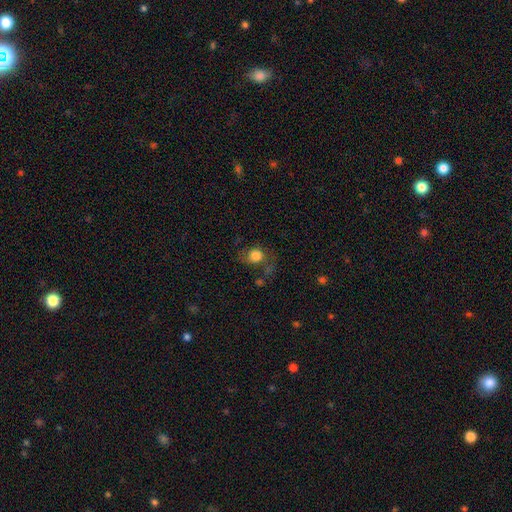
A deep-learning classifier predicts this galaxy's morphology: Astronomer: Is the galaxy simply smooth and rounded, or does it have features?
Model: smooth — 73%.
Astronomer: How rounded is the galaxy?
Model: round — 67%.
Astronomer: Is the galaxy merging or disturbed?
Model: none — 46% (runner-up: minor disturbance, 24%).